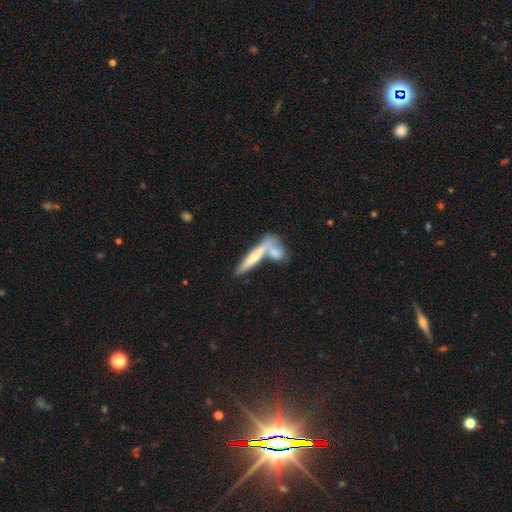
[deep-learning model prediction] smooth_or_featured: smooth (p=0.53) [alt: featured or disk p=0.41]
how_rounded: cigar-shaped (p=0.83) [alt: in between p=0.14]
merging: none (p=0.46) [alt: merger p=0.40]